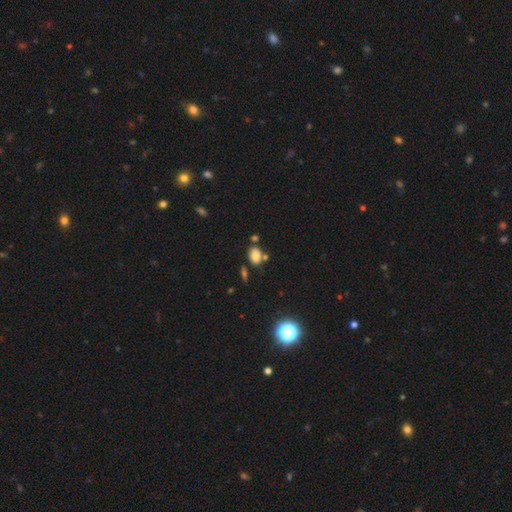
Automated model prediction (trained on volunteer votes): A smooth galaxy with no disk features (80%) that is in between round and cigar-shaped (75%).

Vote fractions:
- Smooth or featured? smooth: 80% / star or artifact: 13% / featured or disk: 7%
- How rounded? in between: 75% / round: 23% / cigar-shaped: 2%
- Merging? none: 65% / merger: 16% / minor disturbance: 15% / major disturbance: 4%